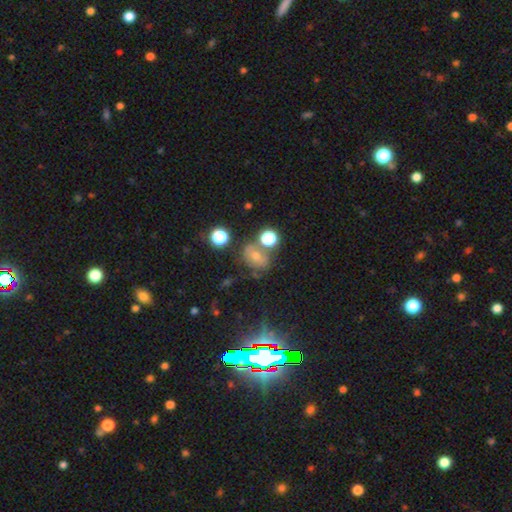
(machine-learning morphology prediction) This appears to be a smooth galaxy with no disk features (39%). Merging: none (62%).